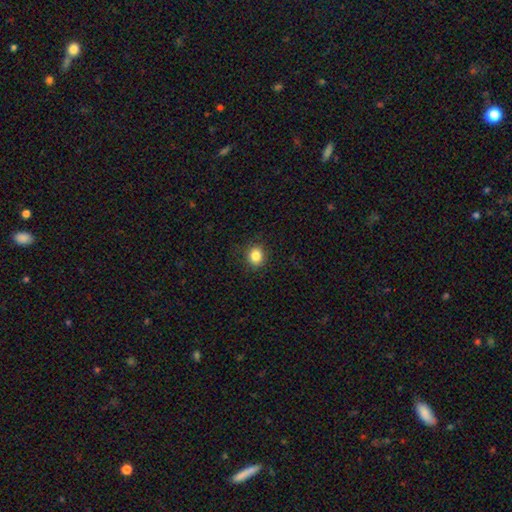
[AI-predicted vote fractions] Overall: smooth (84%). How rounded: round (78%). Merging: none (89%).